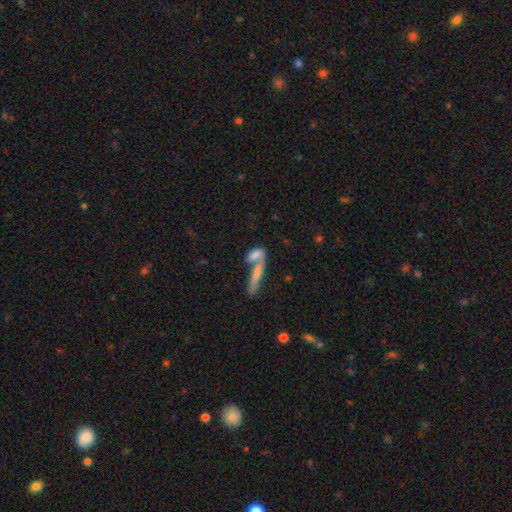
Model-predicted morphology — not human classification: smooth_or_featured: smooth (p=0.68) [alt: featured or disk p=0.23]
how_rounded: in between (p=0.49) [alt: cigar-shaped p=0.46]
merging: merger (p=0.56) [alt: none p=0.31]